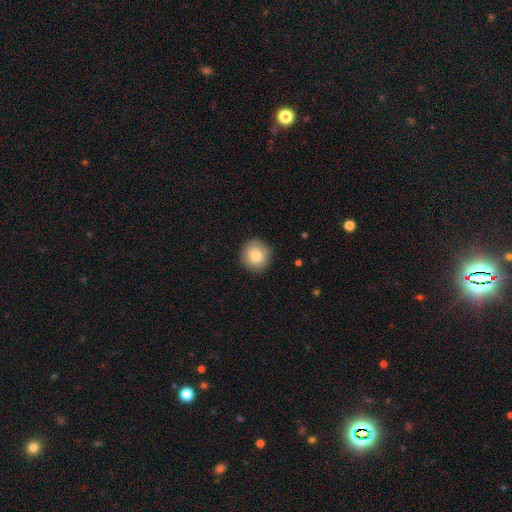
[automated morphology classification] This appears to be a smooth galaxy with no disk features (81%) that is round (94%). Merging: none (89%).